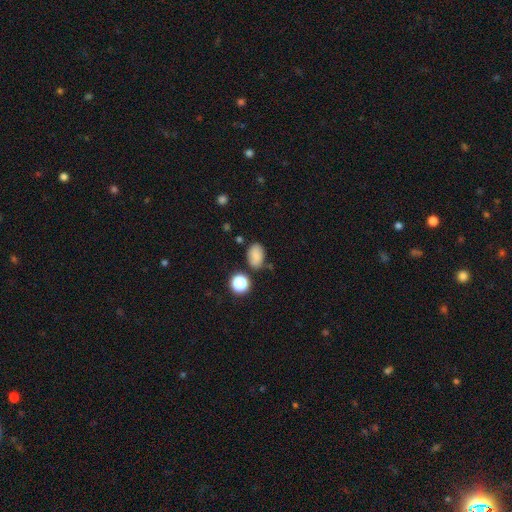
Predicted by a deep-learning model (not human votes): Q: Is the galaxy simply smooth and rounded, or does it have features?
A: smooth — 79%.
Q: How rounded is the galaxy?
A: in between — 81%.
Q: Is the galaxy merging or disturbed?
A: none — 71%.